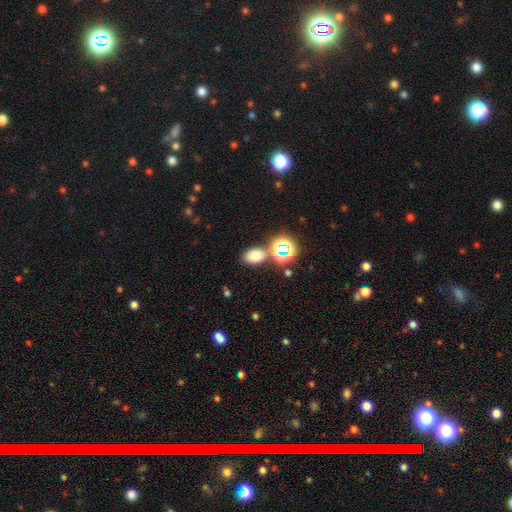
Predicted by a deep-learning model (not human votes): Morphology: type=smooth (71%); roundness=in between (76%); merging=none (72%).